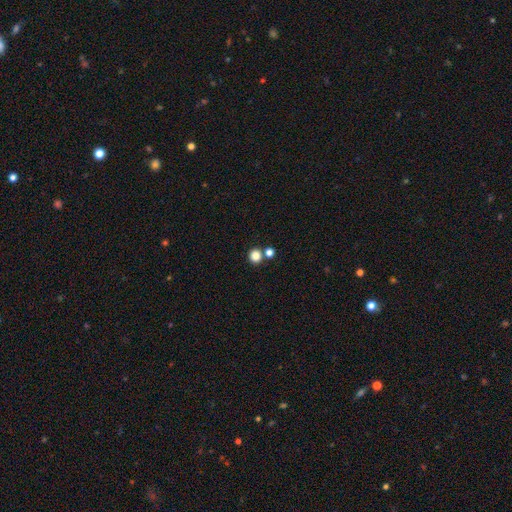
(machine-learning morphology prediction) The model was most divided on "merging": none: 72%, merger: 19%, minor disturbance: 6%, major disturbance: 3%. More confident: how rounded — round (90%); smooth or featured — smooth (83%).